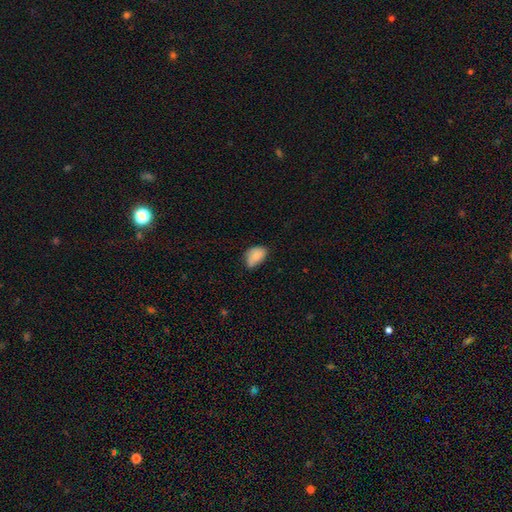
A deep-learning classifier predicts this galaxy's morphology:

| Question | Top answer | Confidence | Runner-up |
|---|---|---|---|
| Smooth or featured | smooth | 82% | featured or disk (10%) |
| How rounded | in between | 86% | round (12%) |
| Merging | none | 48% | minor disturbance (40%) |